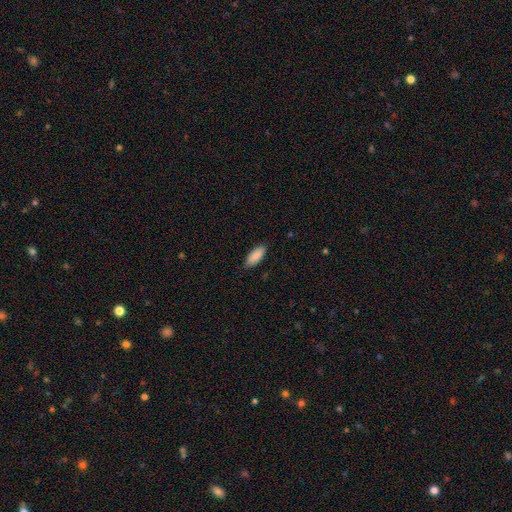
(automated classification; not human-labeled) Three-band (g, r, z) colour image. It shows a smooth galaxy with no disk features (89%) that is in between round and cigar-shaped (82%). Merging: none (85%).